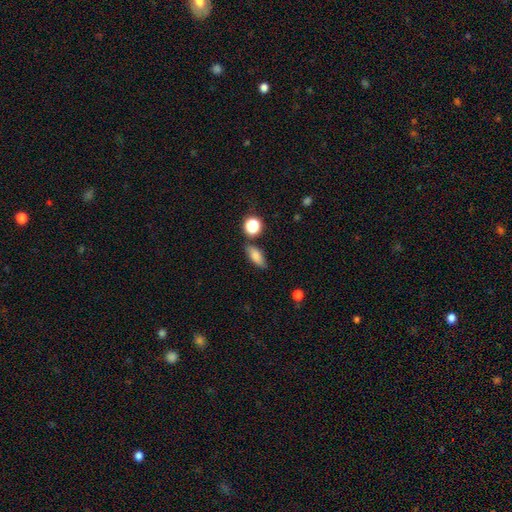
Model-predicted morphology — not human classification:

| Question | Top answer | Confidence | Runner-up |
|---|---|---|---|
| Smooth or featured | smooth | 77% | featured or disk (13%) |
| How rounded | in between | 72% | cigar-shaped (20%) |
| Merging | none | 76% | minor disturbance (15%) |